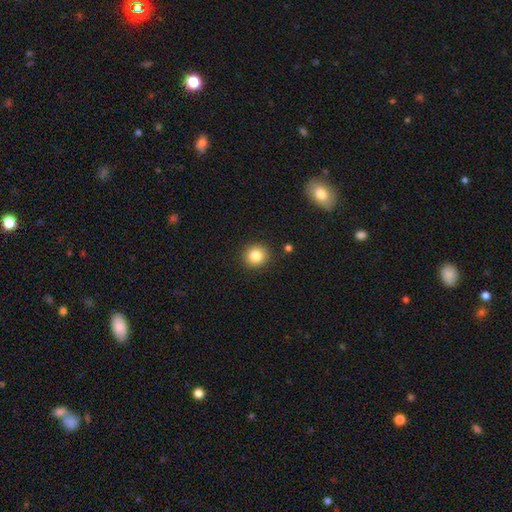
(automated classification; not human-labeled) Smooth or featured? smooth (84%)
How rounded? round (90%)
Merging? none (90%)